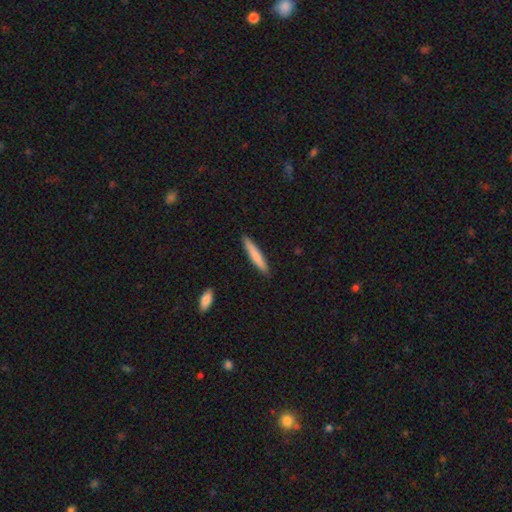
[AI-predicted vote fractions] Smooth or featured? smooth (76%)
How rounded? cigar-shaped (94%)
Merging? none (90%)